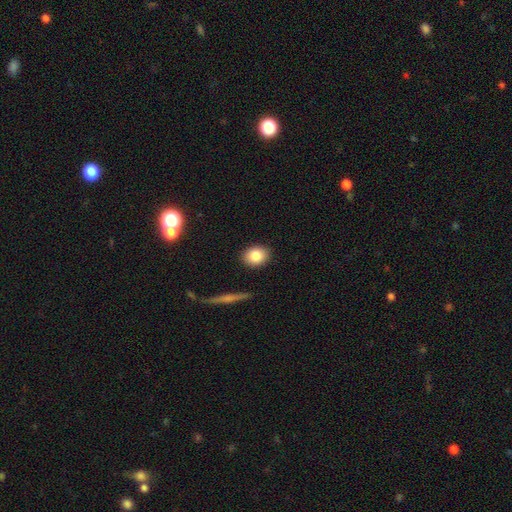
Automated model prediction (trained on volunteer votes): A smooth galaxy with no disk features (84%) that is in between round and cigar-shaped (50%).

Vote fractions:
- Smooth or featured? smooth: 84% / star or artifact: 8% / featured or disk: 8%
- How rounded? in between: 50% / round: 48% / cigar-shaped: 2%
- Merging? none: 89% / minor disturbance: 8% / major disturbance: 2% / merger: 2%